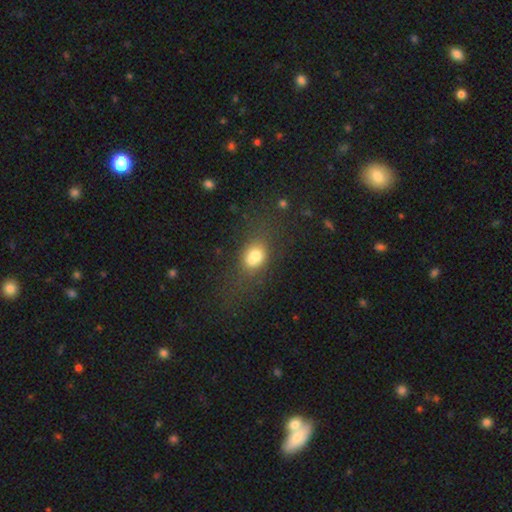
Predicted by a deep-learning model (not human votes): A smooth galaxy with no disk features (68%) that is in between round and cigar-shaped (61%).

Vote fractions:
- Smooth or featured? smooth: 68% / featured or disk: 19% / star or artifact: 13%
- How rounded? in between: 61% / round: 37% / cigar-shaped: 2%
- Merging? merger: 40% / none: 37% / minor disturbance: 14% / major disturbance: 9%